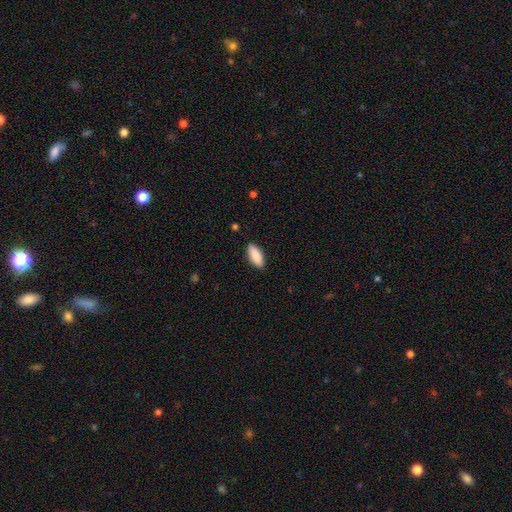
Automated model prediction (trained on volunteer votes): A smooth galaxy with no disk features (89%) that is in between round and cigar-shaped (80%). Merging: none (88%).